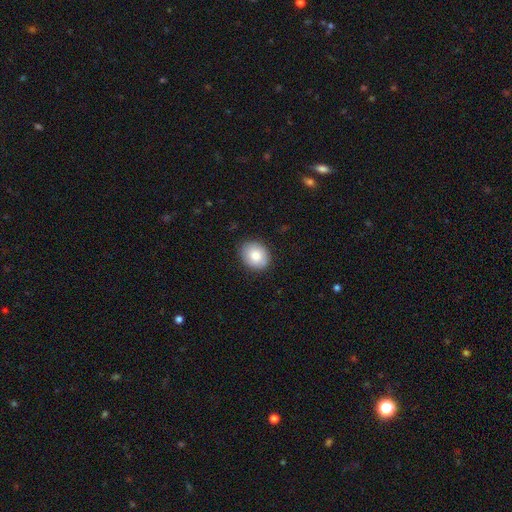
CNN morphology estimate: This appears to be a smooth galaxy with no disk features (83%) that is round (52%). Merging: none (87%).